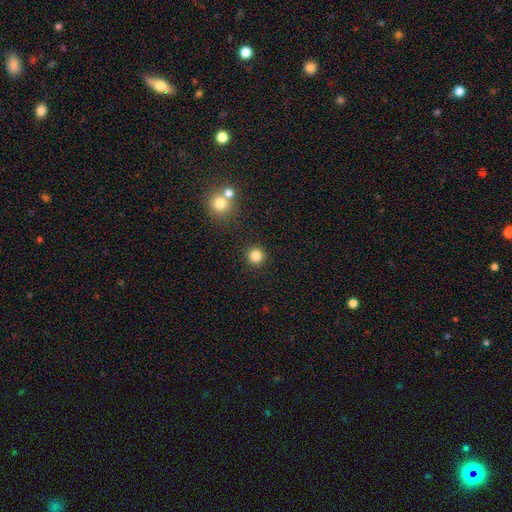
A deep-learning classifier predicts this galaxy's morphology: Smooth or featured?
  - smooth: 83% *
  - star or artifact: 12%
  - featured or disk: 4%
How rounded?
  - round: 95% *
  - in between: 4%
  - cigar-shaped: 1%
Merging?
  - none: 90% *
  - minor disturbance: 5%
  - merger: 3%
  - major disturbance: 2%